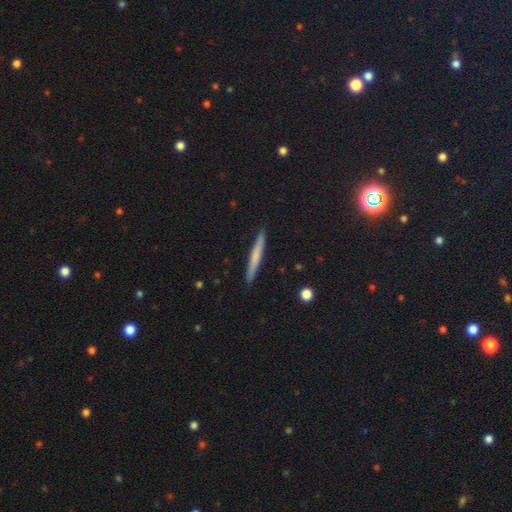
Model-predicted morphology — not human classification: This appears to be a smooth galaxy with no disk features (61%) that is cigar-shaped (96%). Merging: none (91%).